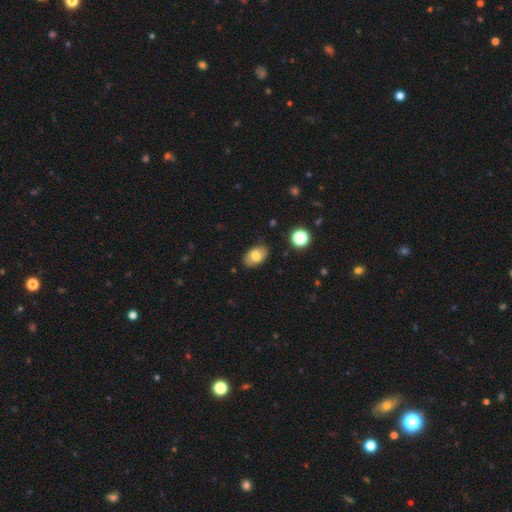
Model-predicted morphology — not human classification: smooth 76%, featured or disk 16%, star or artifact 9%. Down the decision tree: how rounded — in between (88%); merging — none (82%).